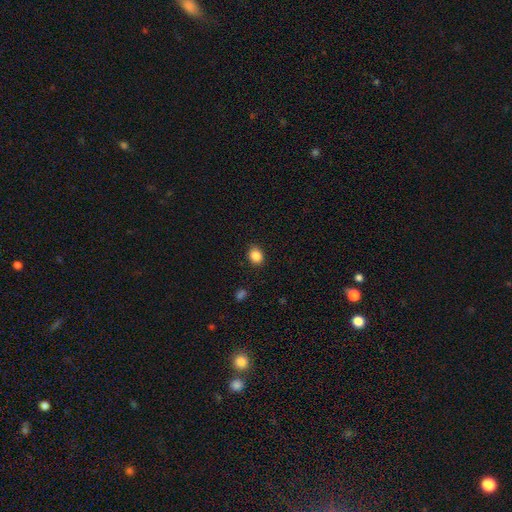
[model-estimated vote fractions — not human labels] Smooth or featured: smooth — 86% (star or artifact — 10%)
How rounded: round — 56% (in between — 43%)
Merging: none — 89% (minor disturbance — 8%)